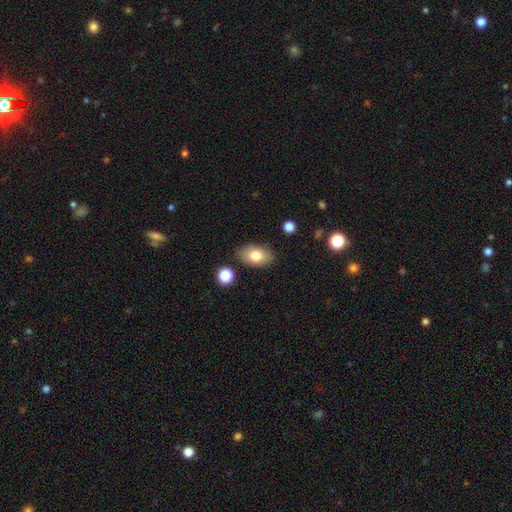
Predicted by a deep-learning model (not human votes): This appears to be a smooth galaxy with no disk features (79%) that is in between round and cigar-shaped (90%). Merging: none (84%).